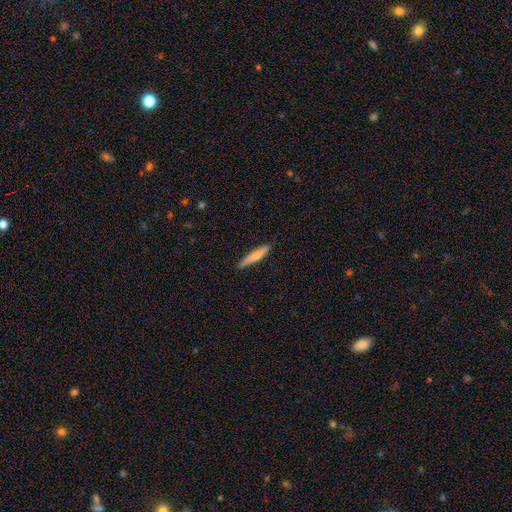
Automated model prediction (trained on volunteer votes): smooth_or_featured: smooth (p=0.62) [alt: featured or disk p=0.32]
how_rounded: cigar-shaped (p=0.90) [alt: in between p=0.08]
merging: none (p=0.86) [alt: minor disturbance p=0.11]